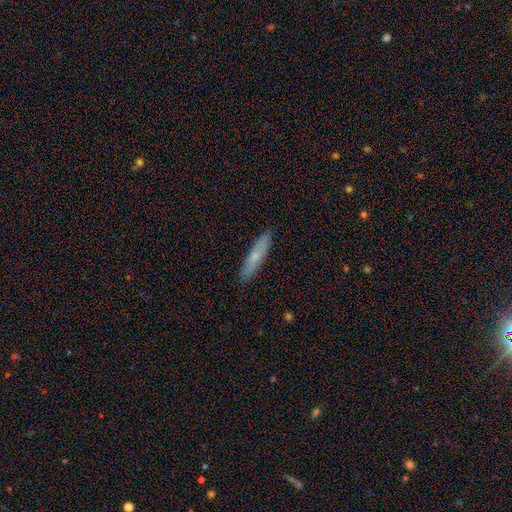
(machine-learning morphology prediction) The model was most divided on "smooth or featured": smooth: 68%, featured or disk: 26%, star or artifact: 6%. More confident: merging — none (90%); how rounded — cigar-shaped (87%).